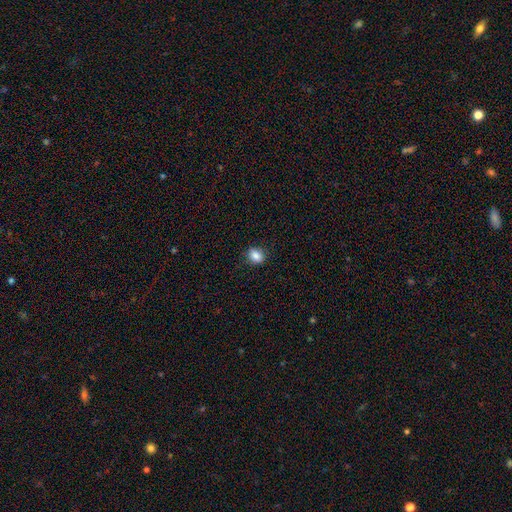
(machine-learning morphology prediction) The model was most divided on "how rounded": in between: 50%, round: 49%, cigar-shaped: 1%. More confident: merging — none (86%); smooth or featured — smooth (85%).